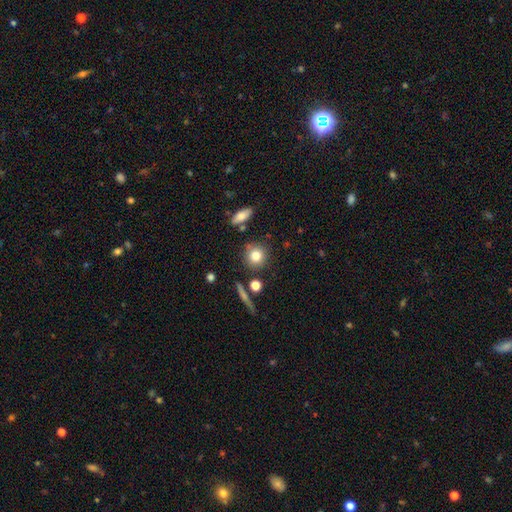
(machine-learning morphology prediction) smooth-or-featured: smooth: 80% | star or artifact: 10% | featured or disk: 10%
  how-rounded: round: 87% | in between: 11% | cigar-shaped: 2%
  merging: none: 81% | minor disturbance: 10% | merger: 7% | major disturbance: 3%